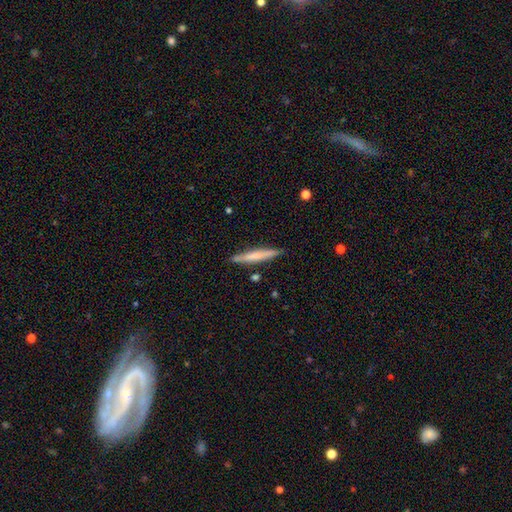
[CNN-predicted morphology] This appears to be a smooth galaxy with no disk features (61%) that is cigar-shaped (94%). Merging: none (87%).